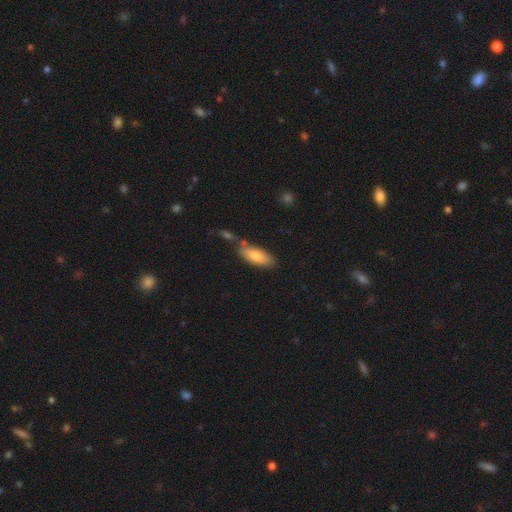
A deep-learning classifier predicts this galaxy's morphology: A smooth galaxy with no disk features (79%) that is in between round and cigar-shaped (75%). Merging: none (62%).